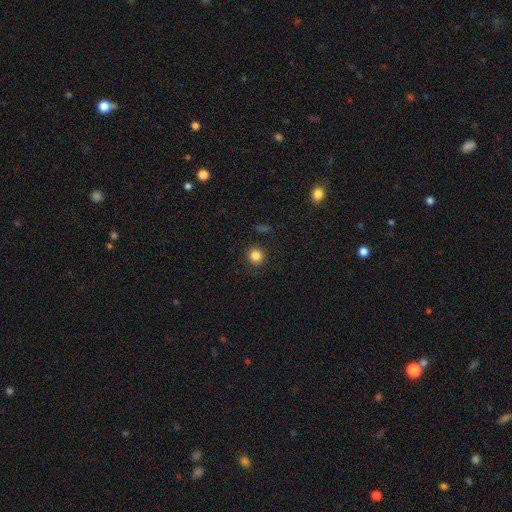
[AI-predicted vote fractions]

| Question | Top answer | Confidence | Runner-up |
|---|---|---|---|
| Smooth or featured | smooth | 84% | star or artifact (12%) |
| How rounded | round | 92% | in between (8%) |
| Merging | none | 89% | minor disturbance (7%) |